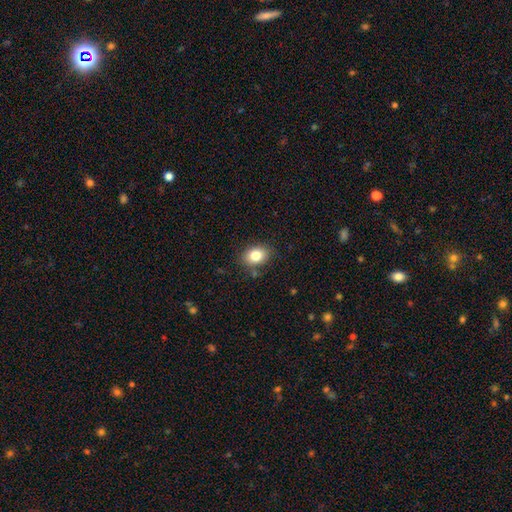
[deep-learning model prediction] Q: Smooth or featured?
A: smooth (82%); runner-up: star or artifact (10%)
Q: How rounded?
A: in between (64%); runner-up: round (35%)
Q: Merging?
A: none (83%); runner-up: minor disturbance (12%)